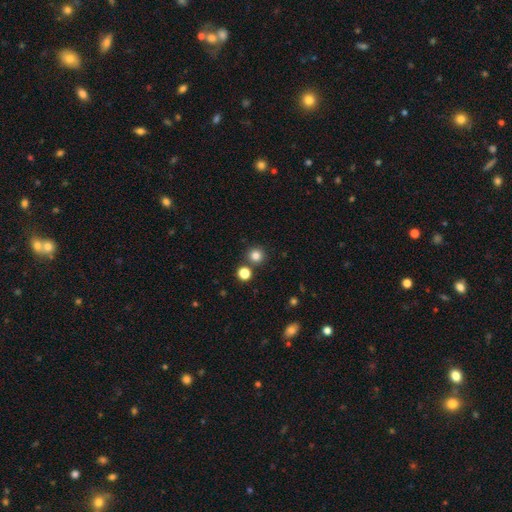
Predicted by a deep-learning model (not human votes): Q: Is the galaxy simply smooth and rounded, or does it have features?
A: smooth — 82%.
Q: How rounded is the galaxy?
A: round — 94%.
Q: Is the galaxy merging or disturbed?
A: none — 83%.